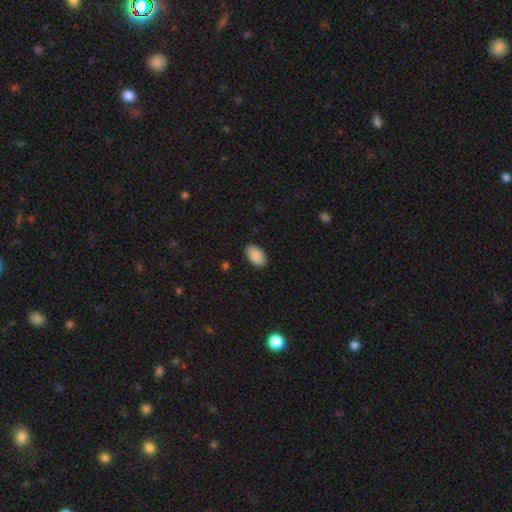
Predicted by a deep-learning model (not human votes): The model was most divided on "merging": none: 88%, minor disturbance: 9%, major disturbance: 2%, merger: 1%. More confident: how rounded — in between (94%); smooth or featured — smooth (90%).